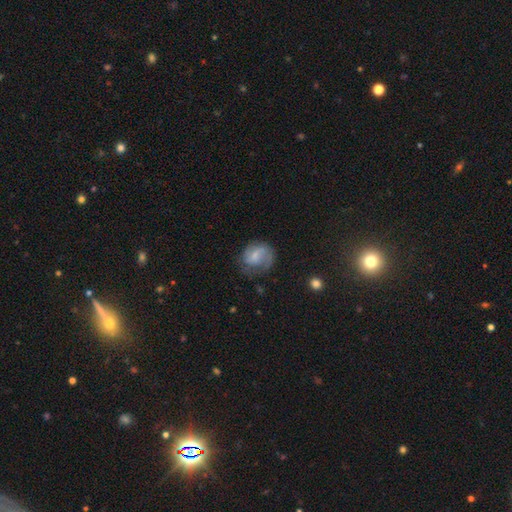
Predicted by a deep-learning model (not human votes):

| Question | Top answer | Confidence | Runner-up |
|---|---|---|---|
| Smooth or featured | featured or disk | 49% | smooth (43%) |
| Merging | none | 54% | minor disturbance (25%) |